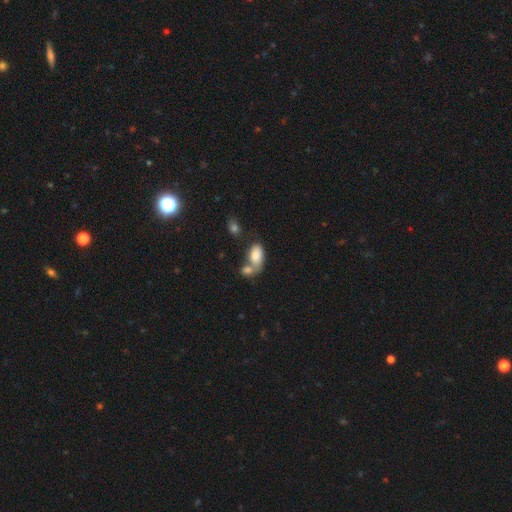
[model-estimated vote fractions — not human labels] Smooth or featured: smooth — 81% (featured or disk — 12%)
How rounded: in between — 92% (round — 6%)
Merging: merger — 54% (none — 29%)